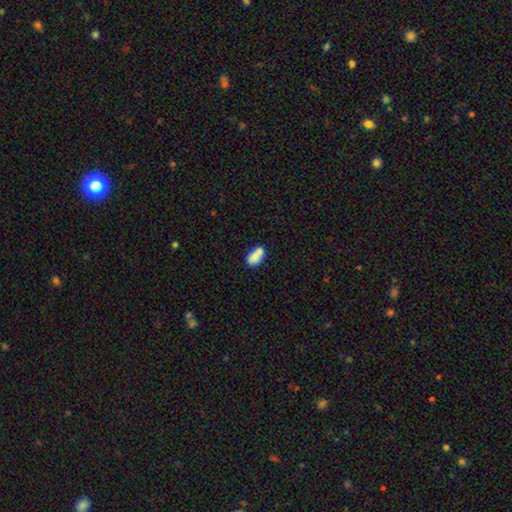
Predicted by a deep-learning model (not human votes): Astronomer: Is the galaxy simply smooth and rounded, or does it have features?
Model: smooth — 73%.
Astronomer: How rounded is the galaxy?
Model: in between — 83%.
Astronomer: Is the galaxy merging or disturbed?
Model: merger — 50% (runner-up: none, 32%).